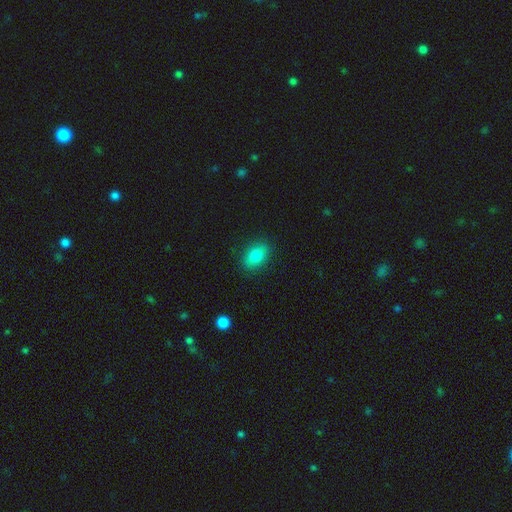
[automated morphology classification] smooth_or_featured: smooth (p=0.83) [alt: star or artifact p=0.09]
how_rounded: in between (p=0.82) [alt: round p=0.15]
merging: none (p=0.87) [alt: minor disturbance p=0.10]